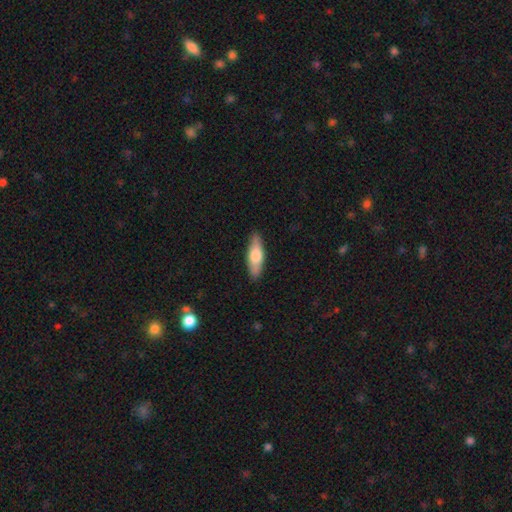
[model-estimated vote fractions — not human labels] smooth_or_featured: smooth (p=0.64) [alt: featured or disk p=0.30]
how_rounded: in between (p=0.51) [alt: cigar-shaped p=0.47]
merging: none (p=0.88) [alt: minor disturbance p=0.09]